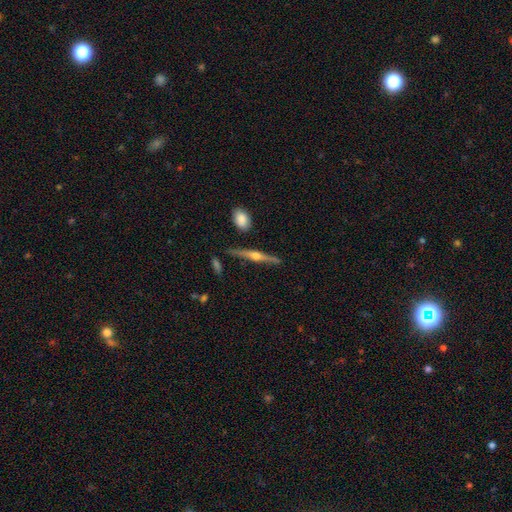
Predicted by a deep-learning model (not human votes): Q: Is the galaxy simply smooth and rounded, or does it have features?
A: featured or disk — 76%.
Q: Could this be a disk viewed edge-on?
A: yes — 98%.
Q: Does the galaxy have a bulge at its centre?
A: rounded — 94%.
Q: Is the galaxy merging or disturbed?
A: none — 86%.